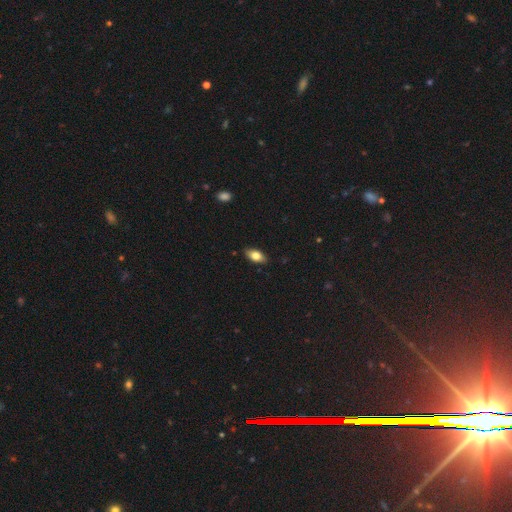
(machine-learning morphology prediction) Smooth or featured?
  - smooth: 79% *
  - featured or disk: 14%
  - star or artifact: 7%
How rounded?
  - in between: 89% *
  - cigar-shaped: 6%
  - round: 5%
Merging?
  - none: 86% *
  - minor disturbance: 11%
  - major disturbance: 2%
  - merger: 1%